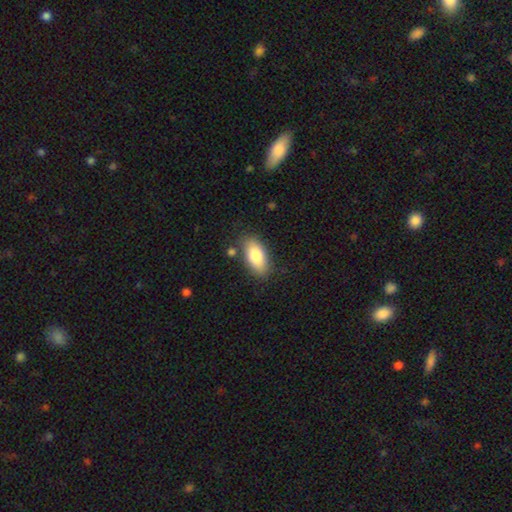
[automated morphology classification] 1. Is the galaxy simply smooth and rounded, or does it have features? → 81% smooth, 12% featured or disk, 6% star or artifact.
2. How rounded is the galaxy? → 90% in between, 7% cigar-shaped, 3% round.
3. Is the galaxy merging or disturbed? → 80% none, 13% minor disturbance, 4% merger, 3% major disturbance.